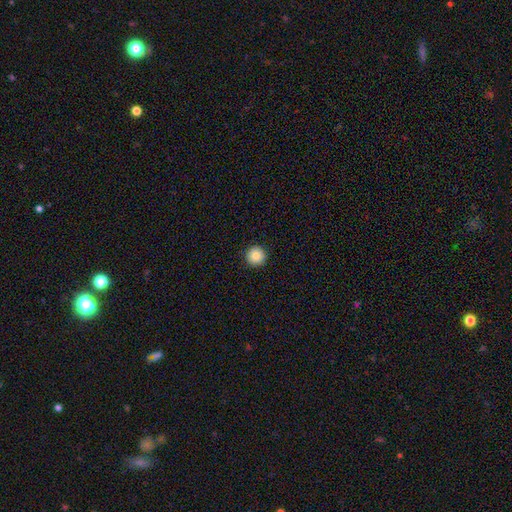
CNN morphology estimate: Overall: smooth (86%). How rounded: round (96%). Merging: none (93%).